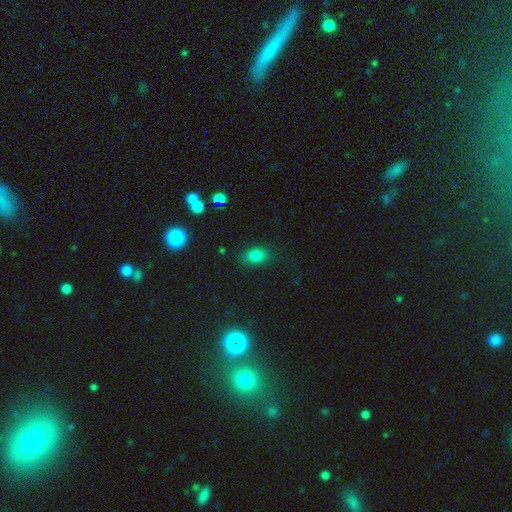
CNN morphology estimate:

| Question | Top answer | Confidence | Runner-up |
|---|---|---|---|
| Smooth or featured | smooth | 80% | star or artifact (13%) |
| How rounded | in between | 75% | round (23%) |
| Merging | none | 82% | minor disturbance (13%) |